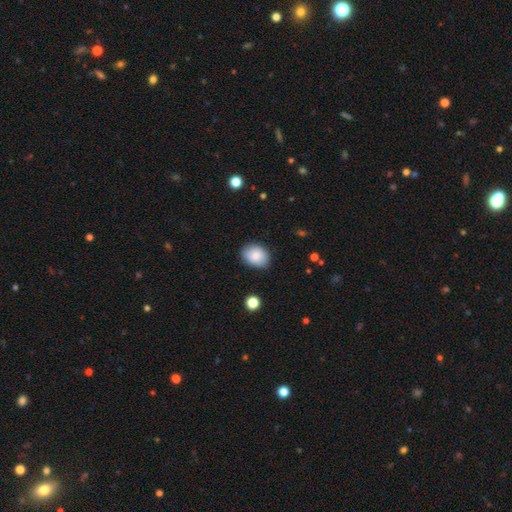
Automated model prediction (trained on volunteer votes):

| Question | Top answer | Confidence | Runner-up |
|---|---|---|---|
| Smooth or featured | smooth | 85% | featured or disk (7%) |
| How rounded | in between | 66% | round (33%) |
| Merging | none | 83% | minor disturbance (13%) |